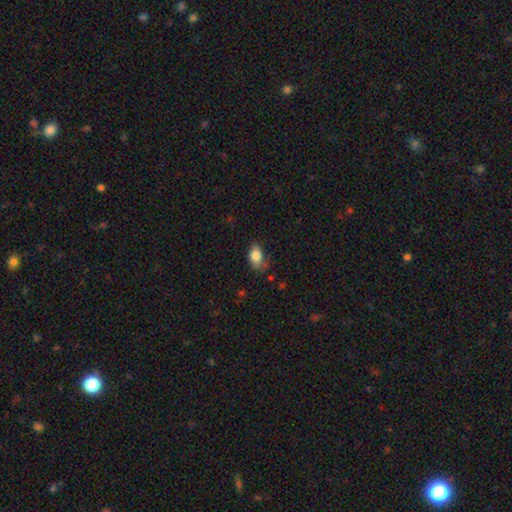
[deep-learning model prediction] Smooth or featured? smooth (84%)
How rounded? in between (88%)
Merging? none (63%)